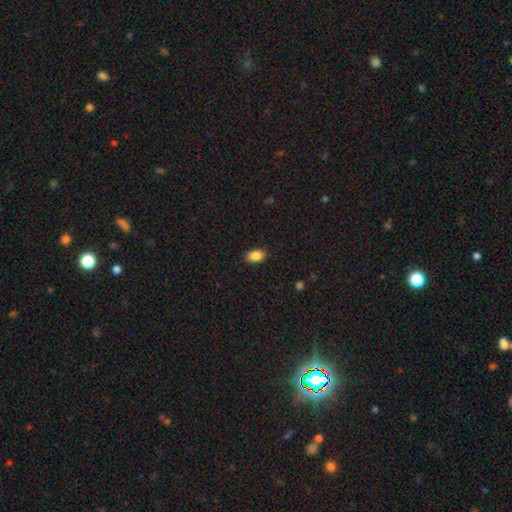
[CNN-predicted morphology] Smooth or featured?
  - smooth: 87% *
  - star or artifact: 8%
  - featured or disk: 5%
How rounded?
  - in between: 88% *
  - round: 11%
  - cigar-shaped: 2%
Merging?
  - none: 88% *
  - minor disturbance: 9%
  - major disturbance: 2%
  - merger: 1%